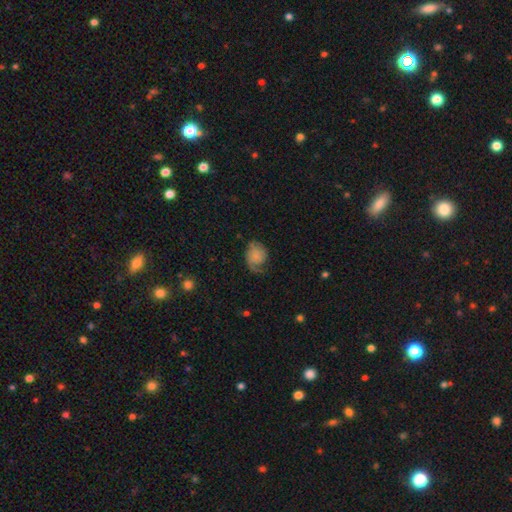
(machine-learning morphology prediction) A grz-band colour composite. It shows a smooth galaxy with no disk features (48%). Merging: none (51%).